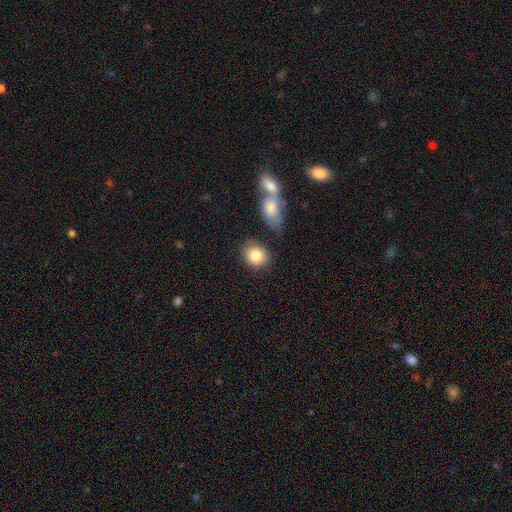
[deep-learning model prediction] The model was most divided on "how rounded": round: 55%, in between: 43%, cigar-shaped: 1%. More confident: smooth or featured — smooth (84%); merging — none (70%).